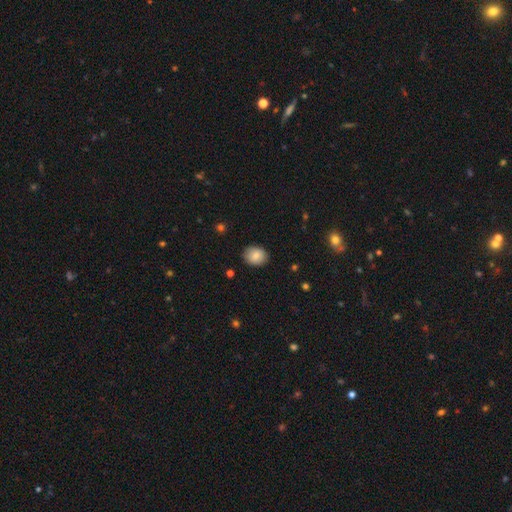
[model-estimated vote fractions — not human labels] Smooth or featured? smooth (83%)
How rounded? in between (50%)
Merging? none (86%)